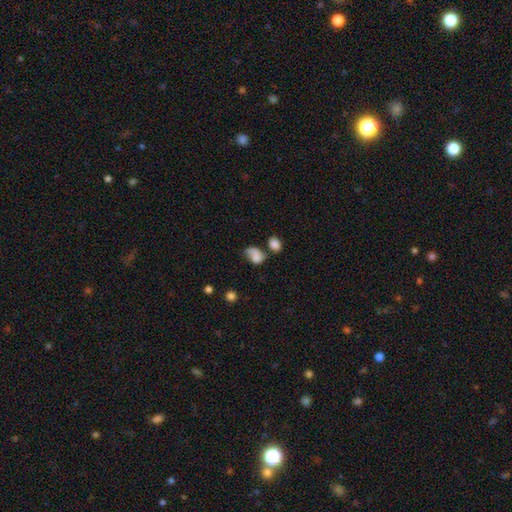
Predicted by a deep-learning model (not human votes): smooth 69%, featured or disk 20%, star or artifact 11%. Down the decision tree: how rounded — in between (72%); merging — none (28%).